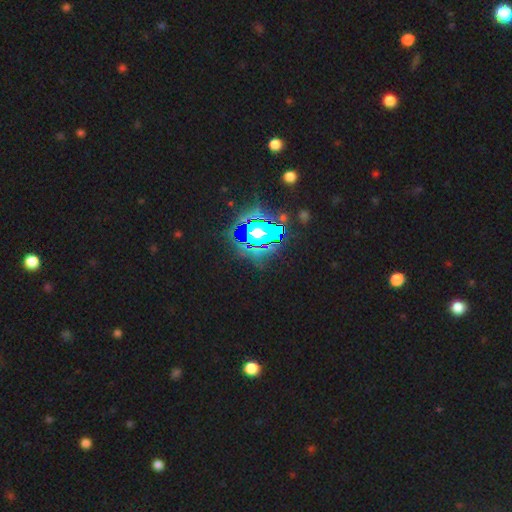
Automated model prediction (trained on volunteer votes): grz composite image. It shows a star or artifact, not a galaxy (81%).